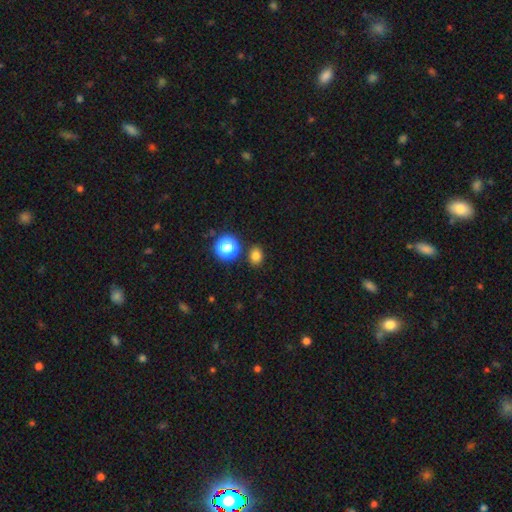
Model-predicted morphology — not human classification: A smooth galaxy with no disk features (78%) that is round (55%). Merging: none (85%).